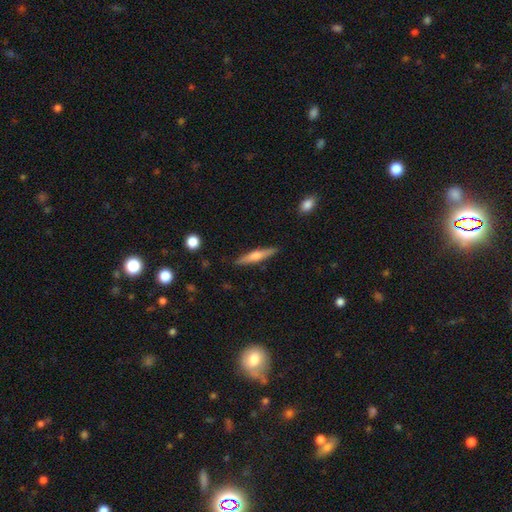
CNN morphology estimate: This is possibly a featured or disk galaxy (55%). It is clearly viewed edge-on (96%). Edge-on bulge: likely rounded (79%). Merging: clearly none (89%).